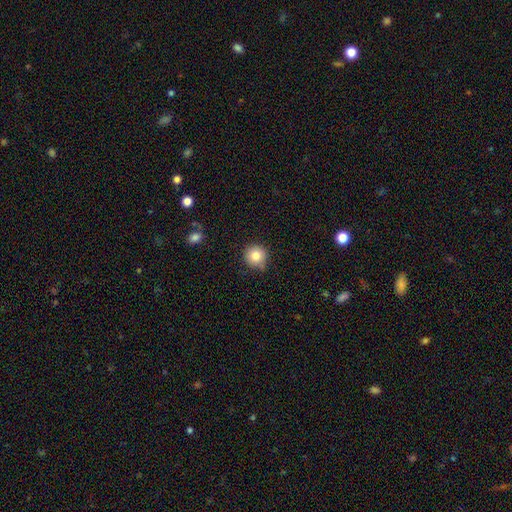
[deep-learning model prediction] Smooth or featured?
  - smooth: 82% *
  - star or artifact: 10%
  - featured or disk: 7%
How rounded?
  - round: 94% *
  - in between: 5%
  - cigar-shaped: 1%
Merging?
  - none: 78% *
  - minor disturbance: 17%
  - major disturbance: 3%
  - merger: 2%